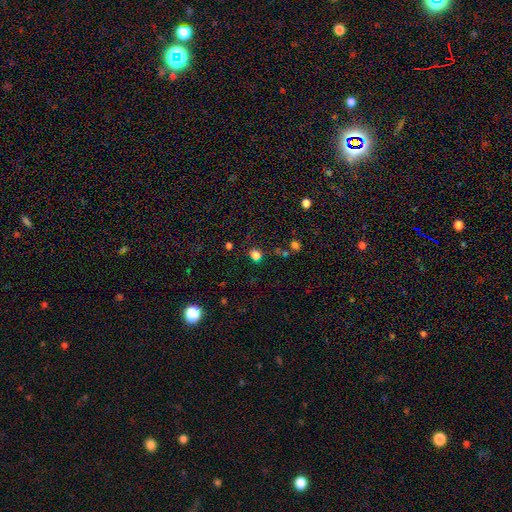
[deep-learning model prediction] smooth 69%, star or artifact 27%, featured or disk 5%. Down the decision tree: how rounded — round (73%); merging — none (79%).